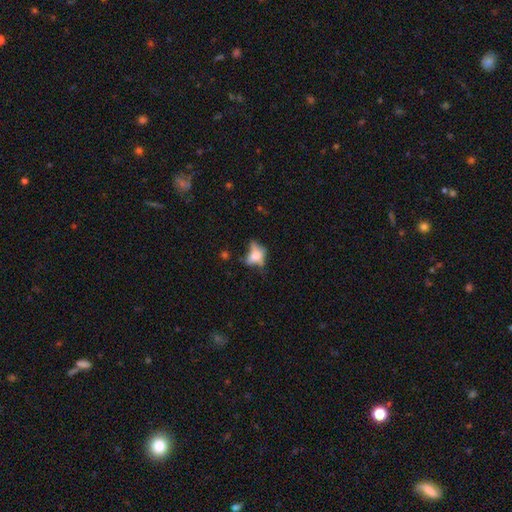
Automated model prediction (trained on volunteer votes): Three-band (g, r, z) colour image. It shows a smooth galaxy with no disk features (53%) that is in between round and cigar-shaped (72%). Merging: none (36%).